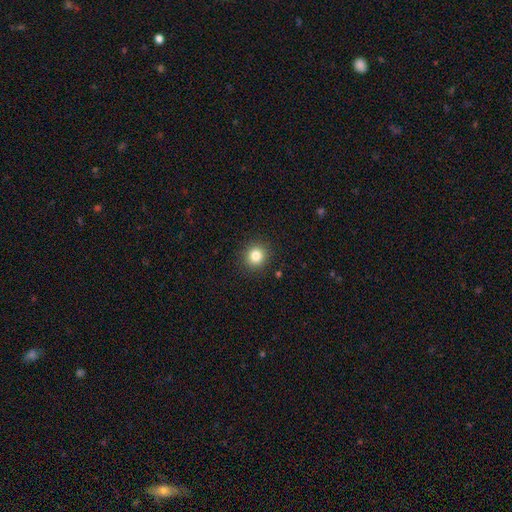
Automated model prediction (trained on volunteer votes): Morphology: type=smooth (83%); roundness=round (90%); merging=none (91%).